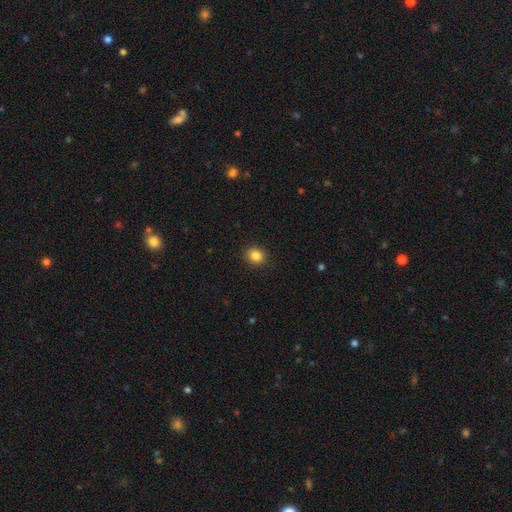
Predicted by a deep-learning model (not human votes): smooth_or_featured: smooth (p=0.85) [alt: star or artifact p=0.10]
how_rounded: round (p=0.74) [alt: in between p=0.25]
merging: none (p=0.91) [alt: minor disturbance p=0.06]